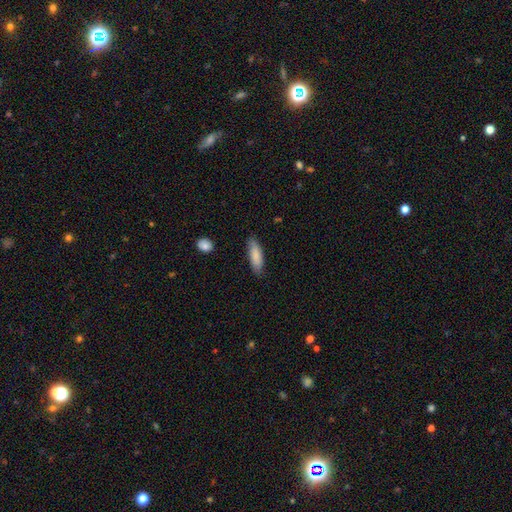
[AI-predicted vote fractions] This appears to be a smooth galaxy with no disk features (84%) that is in between round and cigar-shaped (51%). Merging: none (83%).